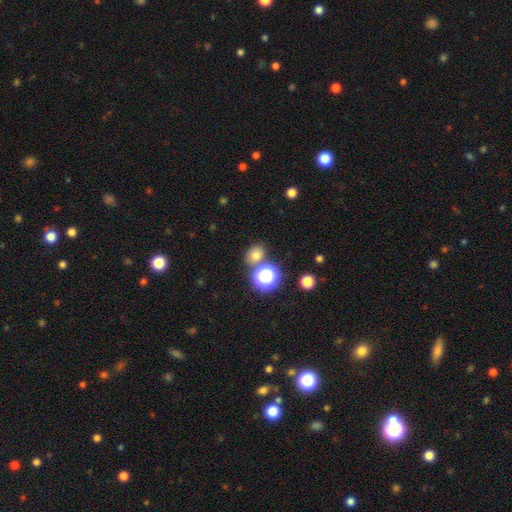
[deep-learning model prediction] A smooth galaxy with no disk features (70%) that is round (65%). Merging: none (74%).